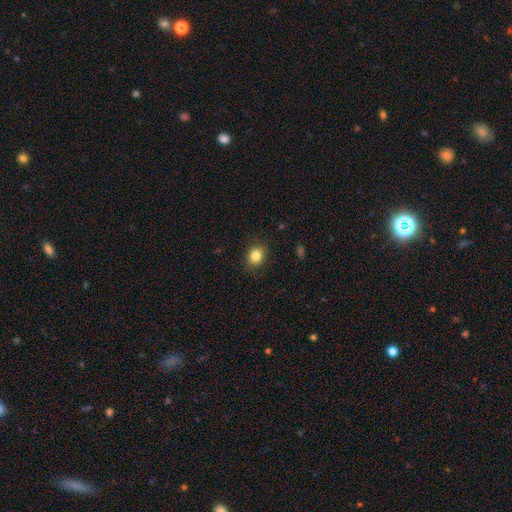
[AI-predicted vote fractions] The model was most divided on "how rounded": round: 55%, in between: 44%, cigar-shaped: 1%. More confident: merging — none (86%); smooth or featured — smooth (83%).